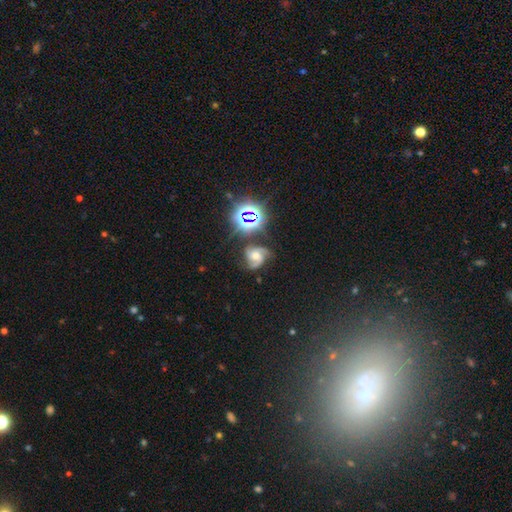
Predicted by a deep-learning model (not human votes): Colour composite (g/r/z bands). It shows a featured or disk galaxy (72%) with no bar (63%), 2 (48%) medium (53%) spiral arms (96%) and a moderate central bulge (63%). Merging: none (59%).